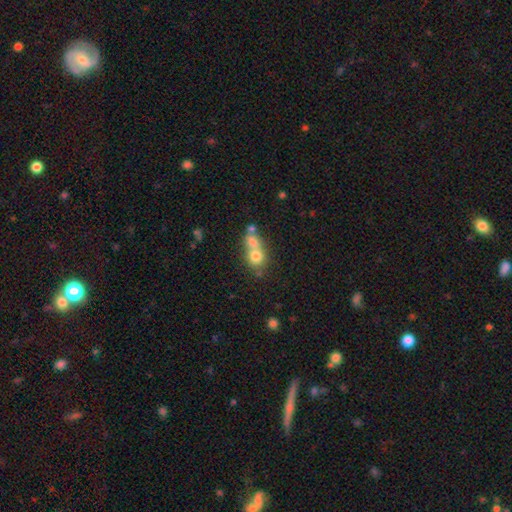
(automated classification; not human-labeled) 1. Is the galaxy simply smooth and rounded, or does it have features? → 69% smooth, 18% featured or disk, 12% star or artifact.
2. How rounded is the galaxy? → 72% round, 26% in between, 2% cigar-shaped.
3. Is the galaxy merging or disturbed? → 64% merger, 26% none, 6% minor disturbance, 3% major disturbance.